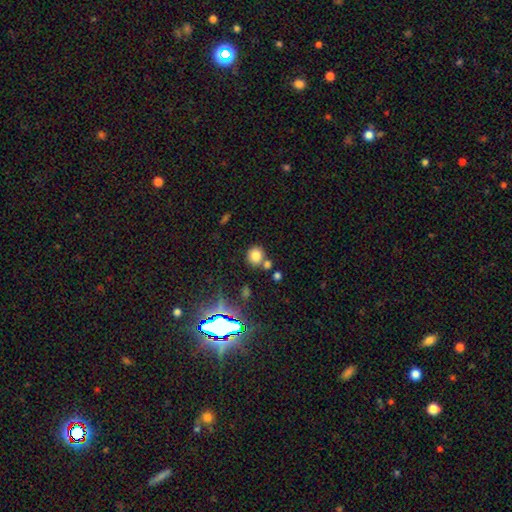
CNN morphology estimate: A smooth galaxy with no disk features (76%) that is round (80%).

Vote fractions:
- Smooth or featured? smooth: 76% / star or artifact: 16% / featured or disk: 7%
- How rounded? round: 80% / in between: 19% / cigar-shaped: 1%
- Merging? none: 70% / merger: 16% / minor disturbance: 10% / major disturbance: 4%